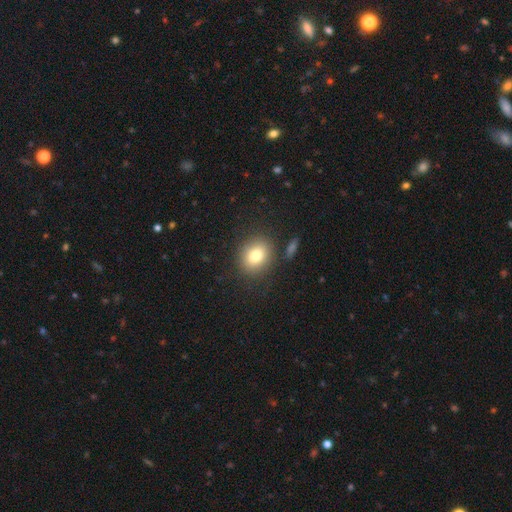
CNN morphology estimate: type=smooth (78%); roundness=round (64%); merging=none (83%).